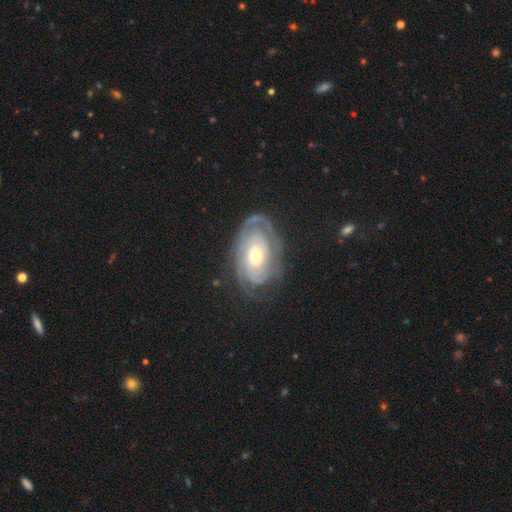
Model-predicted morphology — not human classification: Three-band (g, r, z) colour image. It shows a featured or disk galaxy (83%) with no bar (79%), tight (77%) spiral arms (91%) and a moderate central bulge (64%). Merging: none (70%).